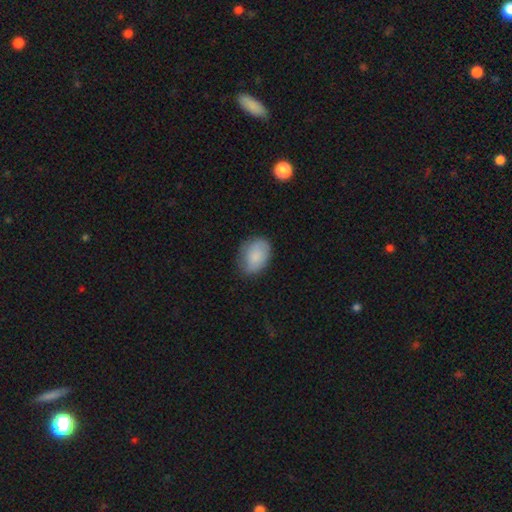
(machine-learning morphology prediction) Smooth or featured: smooth — 79% (featured or disk — 14%)
How rounded: in between — 76% (round — 23%)
Merging: none — 74% (minor disturbance — 20%)